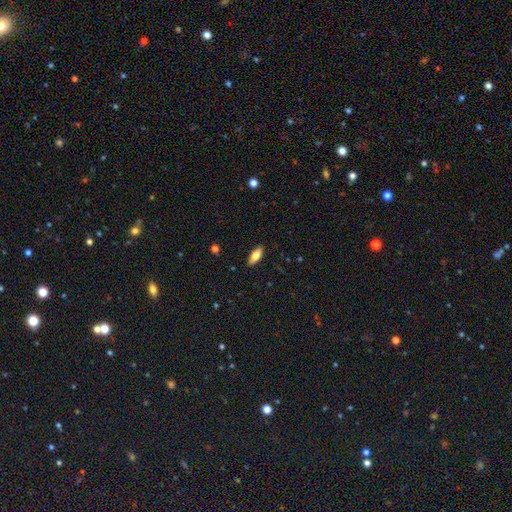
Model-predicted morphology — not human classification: smooth_or_featured: smooth (p=0.74) [alt: featured or disk p=0.19]
how_rounded: in between (p=0.76) [alt: cigar-shaped p=0.22]
merging: none (p=0.88) [alt: minor disturbance p=0.09]